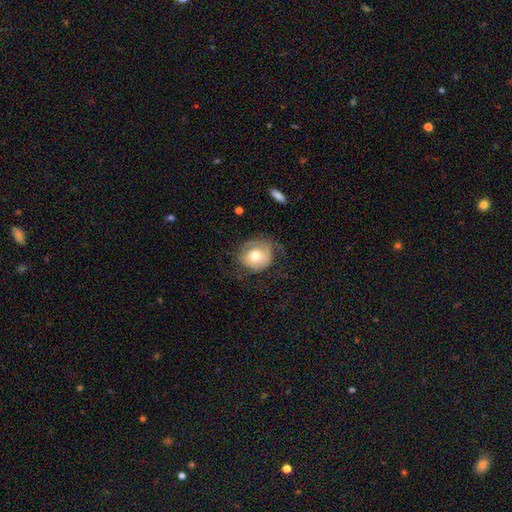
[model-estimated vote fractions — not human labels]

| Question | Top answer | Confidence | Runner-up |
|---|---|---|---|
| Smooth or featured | smooth | 58% | featured or disk (34%) |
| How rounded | round | 76% | in between (23%) |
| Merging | none | 56% | minor disturbance (24%) |